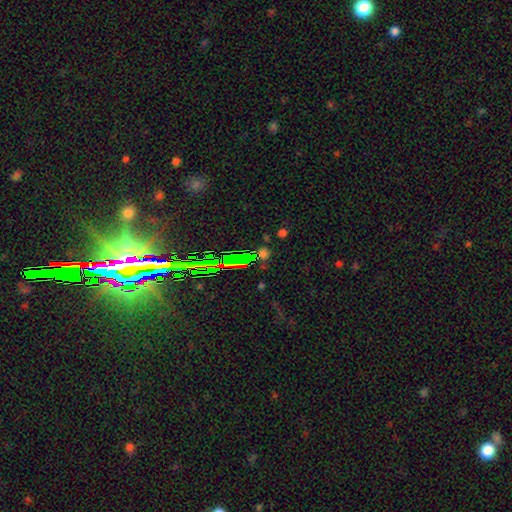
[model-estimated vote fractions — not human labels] A star or artifact, not a galaxy (77%).

Vote fractions:
- Smooth or featured? star or artifact: 77% / featured or disk: 12% / smooth: 10%